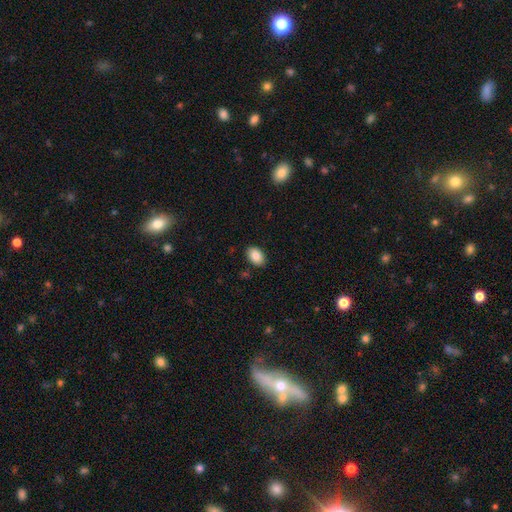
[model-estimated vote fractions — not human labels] A smooth galaxy with no disk features (86%) that is in between round and cigar-shaped (86%). Merging: none (88%).